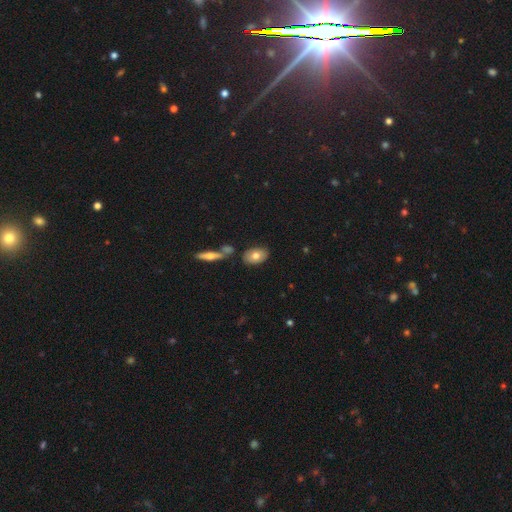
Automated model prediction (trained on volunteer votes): smooth_or_featured: smooth (p=0.72) [alt: featured or disk p=0.21]
how_rounded: in between (p=0.89) [alt: round p=0.08]
merging: none (p=0.77) [alt: minor disturbance p=0.11]